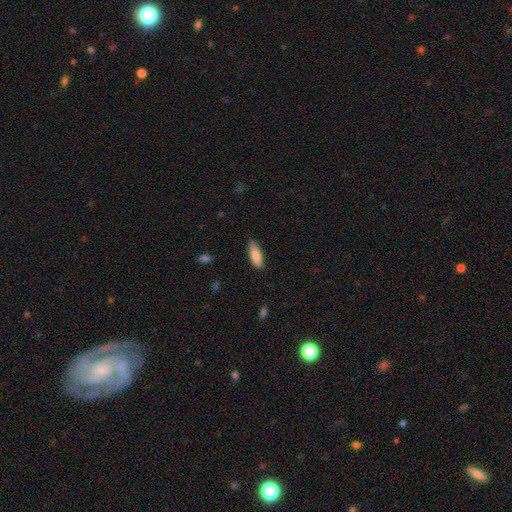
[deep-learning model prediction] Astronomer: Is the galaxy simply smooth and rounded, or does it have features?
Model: smooth — 86%.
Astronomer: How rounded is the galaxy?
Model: in between — 68%.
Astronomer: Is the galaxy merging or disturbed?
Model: none — 83%.